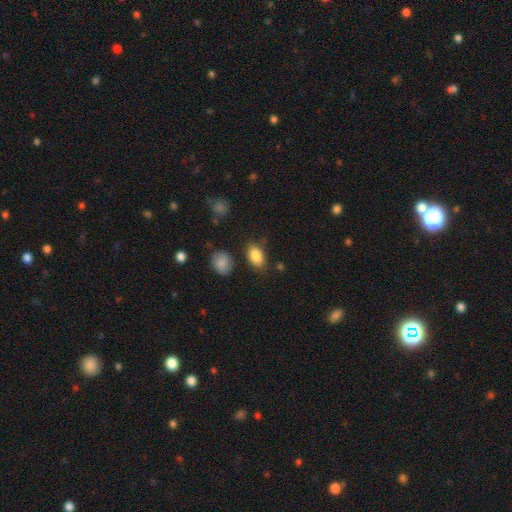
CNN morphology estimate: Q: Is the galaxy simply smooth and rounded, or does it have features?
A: smooth — 87%.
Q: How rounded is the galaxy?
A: in between — 90%.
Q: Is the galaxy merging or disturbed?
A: none — 80%.